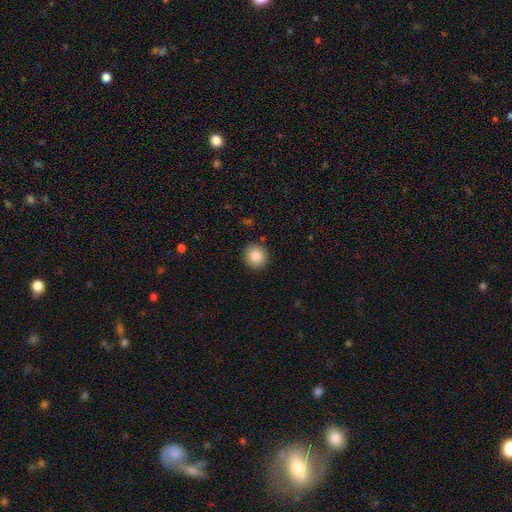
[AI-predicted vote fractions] This is clearly a smooth galaxy (84%). How rounded: clearly round (92%). Merging: clearly none (91%).